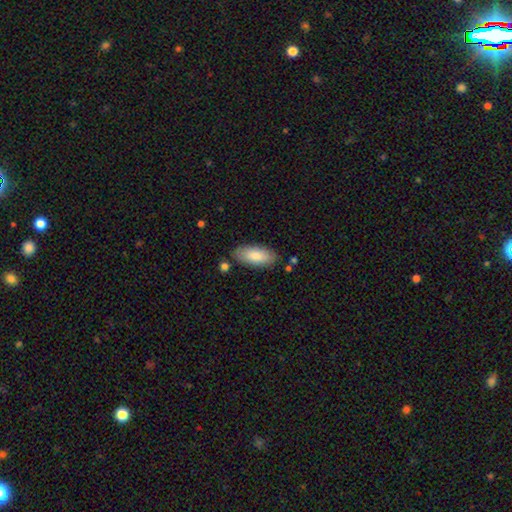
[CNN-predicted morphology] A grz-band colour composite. It shows a smooth galaxy with no disk features (84%) that is in between round and cigar-shaped (87%). Merging: none (81%).